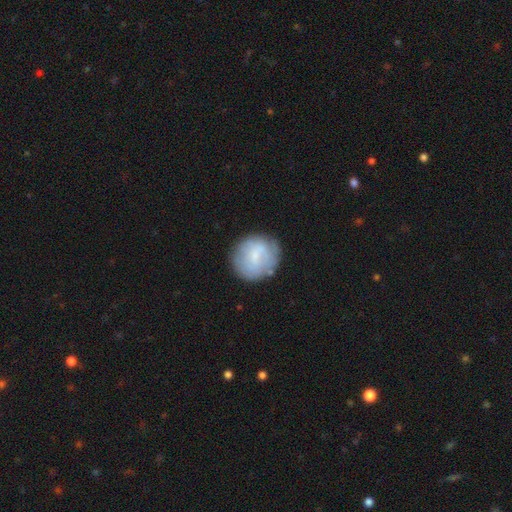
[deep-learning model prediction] The model was most divided on "smooth or featured": smooth: 62%, featured or disk: 31%, star or artifact: 7%. More confident: how rounded — round (85%); merging — none (72%).